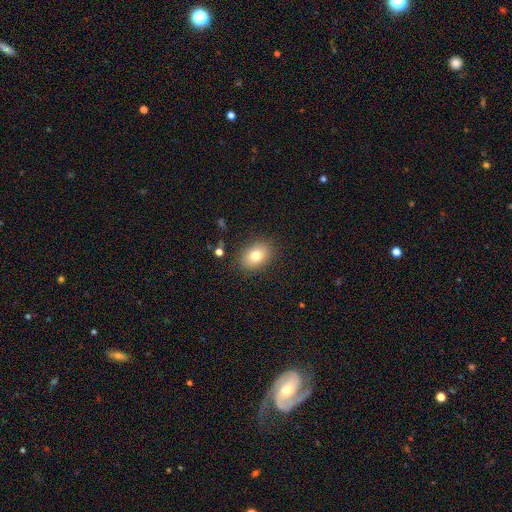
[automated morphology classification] Smooth or featured? Predicted: smooth (p=0.78). How rounded? Predicted: in between (p=0.71). Merging? Predicted: none (p=0.86).